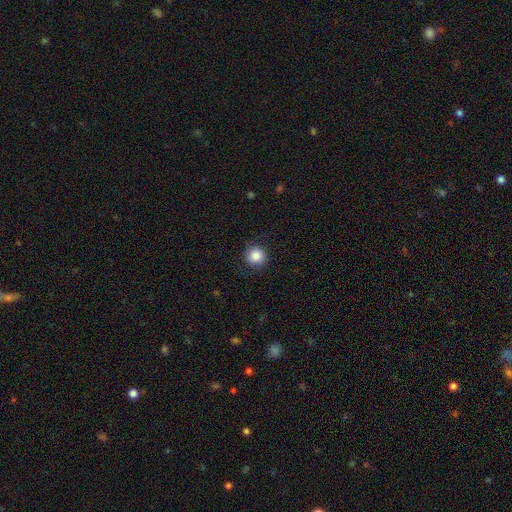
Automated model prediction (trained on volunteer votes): This is clearly a smooth galaxy (84%). How rounded: clearly round (92%). Merging: clearly none (84%).